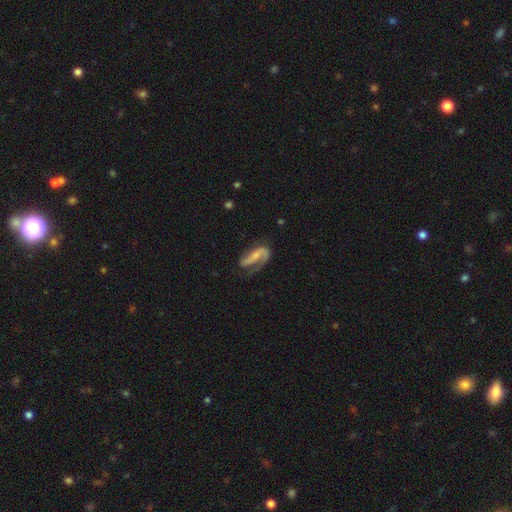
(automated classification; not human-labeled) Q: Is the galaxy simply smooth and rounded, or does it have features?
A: featured or disk — 76%.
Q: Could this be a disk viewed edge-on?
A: no — 94%.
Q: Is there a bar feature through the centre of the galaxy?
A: strong — 34%, tied with no.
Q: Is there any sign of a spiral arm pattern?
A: yes — 93%.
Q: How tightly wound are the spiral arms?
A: loose — 42%.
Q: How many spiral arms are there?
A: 2 — 60%.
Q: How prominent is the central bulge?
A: small — 47%.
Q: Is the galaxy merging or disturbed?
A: none — 47%.